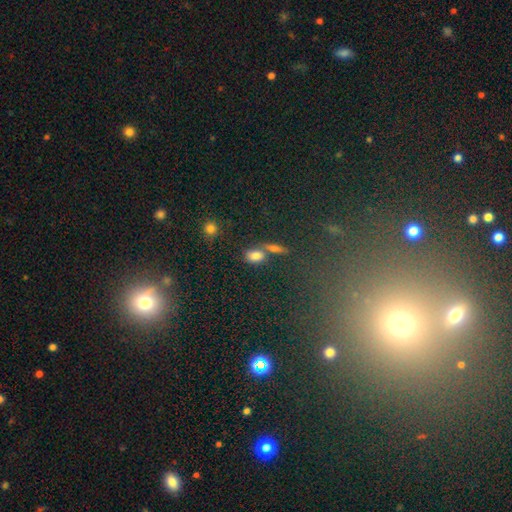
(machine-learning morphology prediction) Smooth or featured? Predicted: smooth (p=0.79). How rounded? Predicted: in between (p=0.80). Merging? Predicted: none (p=0.46).